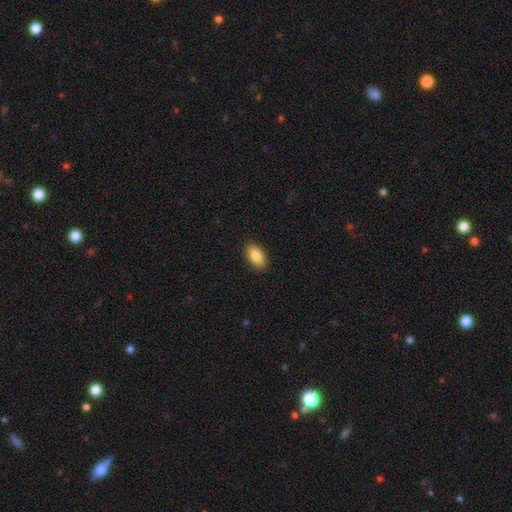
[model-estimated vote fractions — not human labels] This appears to be a smooth galaxy with no disk features (87%) that is in between round and cigar-shaped (93%). Merging: none (89%).